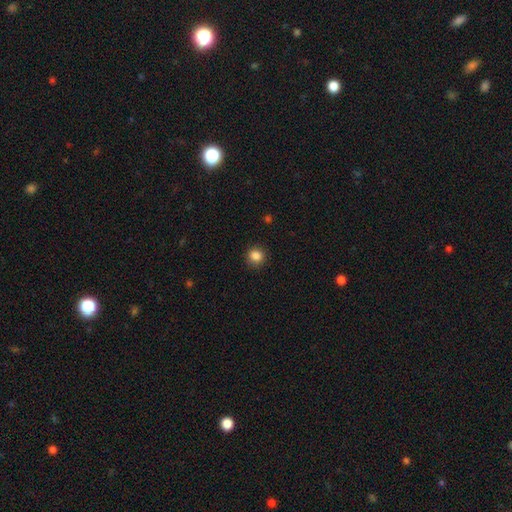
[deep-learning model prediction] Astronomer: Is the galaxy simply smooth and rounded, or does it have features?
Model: smooth — 86%.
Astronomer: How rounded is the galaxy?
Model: round — 91%.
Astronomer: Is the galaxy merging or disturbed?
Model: none — 90%.